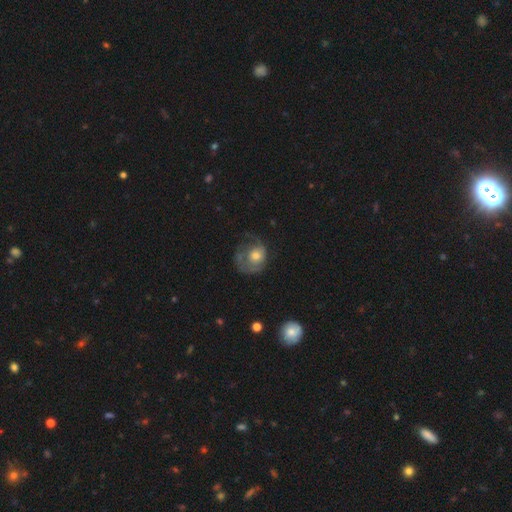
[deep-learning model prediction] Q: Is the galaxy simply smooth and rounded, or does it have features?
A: featured or disk — 52%.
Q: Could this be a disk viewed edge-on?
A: no — 97%.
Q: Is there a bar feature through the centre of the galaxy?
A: no — 84%.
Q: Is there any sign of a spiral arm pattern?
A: yes — 60%.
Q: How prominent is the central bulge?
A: moderate — 59%.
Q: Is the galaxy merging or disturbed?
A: major disturbance — 39%.